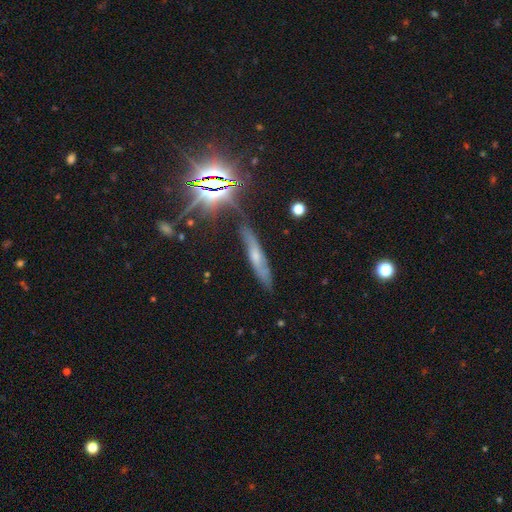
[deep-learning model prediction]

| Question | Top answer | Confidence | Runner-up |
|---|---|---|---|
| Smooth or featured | featured or disk | 45% | smooth (32%) |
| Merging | none | 76% | minor disturbance (17%) |